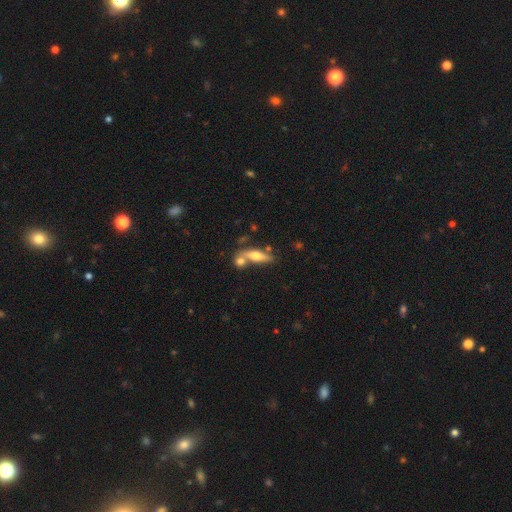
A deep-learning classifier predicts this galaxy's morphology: Smooth or featured: smooth — 48% (featured or disk — 45%)
Merging: none — 56% (merger — 27%)